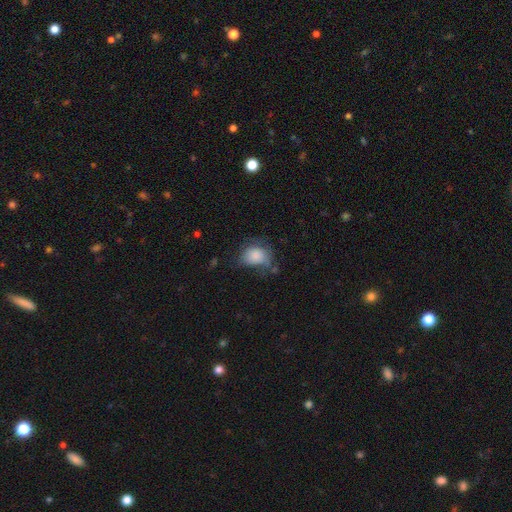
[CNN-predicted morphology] The model was most divided on "merging": none: 40%, minor disturbance: 35%, major disturbance: 21%, merger: 4%. More confident: smooth or featured — smooth (80%); how rounded — in between (56%).